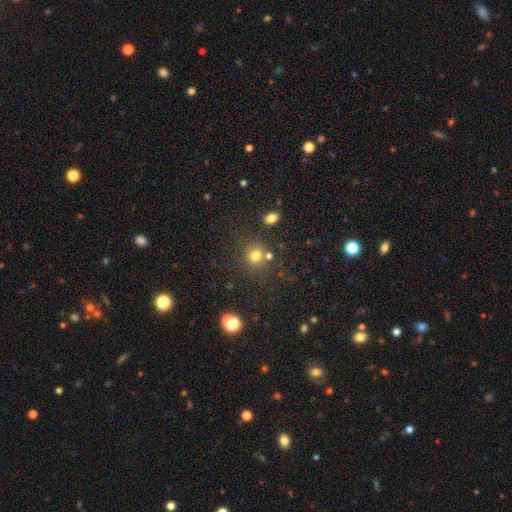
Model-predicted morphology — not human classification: Smooth or featured: smooth — 75% (star or artifact — 17%)
How rounded: round — 86% (in between — 13%)
Merging: none — 73% (merger — 12%)